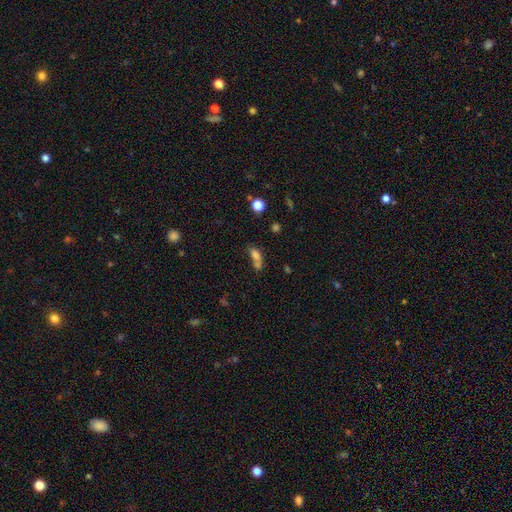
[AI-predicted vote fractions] A smooth galaxy with no disk features (73%) that is in between round and cigar-shaped (76%).

Vote fractions:
- Smooth or featured? smooth: 73% / star or artifact: 14% / featured or disk: 13%
- How rounded? in between: 76% / round: 12% / cigar-shaped: 12%
- Merging? merger: 53% / none: 28% / minor disturbance: 12% / major disturbance: 8%